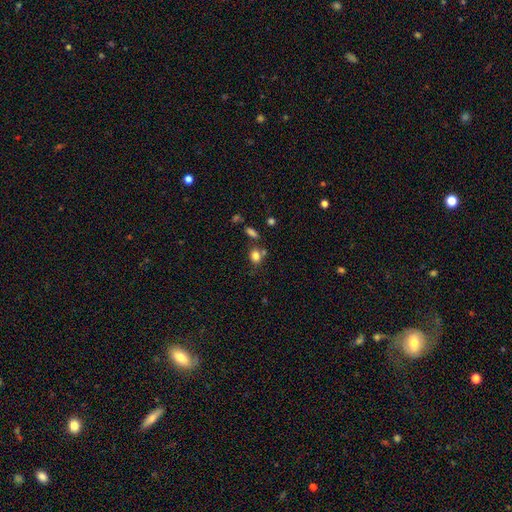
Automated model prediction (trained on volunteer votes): smooth_or_featured: smooth (p=0.81) [alt: star or artifact p=0.12]
how_rounded: in between (p=0.54) [alt: round p=0.44]
merging: none (p=0.62) [alt: merger p=0.18]